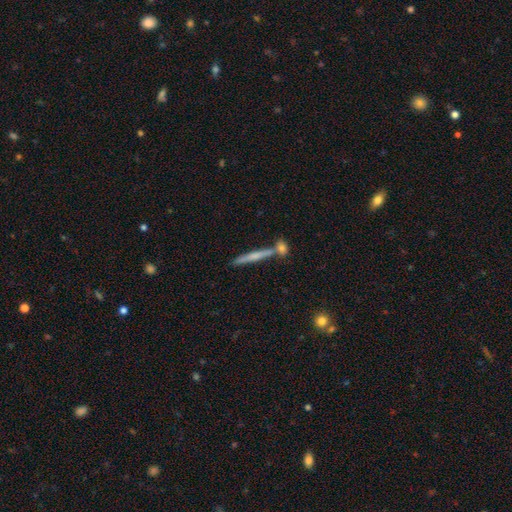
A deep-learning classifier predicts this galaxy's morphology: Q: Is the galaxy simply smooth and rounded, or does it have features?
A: featured or disk — 52%.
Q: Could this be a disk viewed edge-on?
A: yes — 96%.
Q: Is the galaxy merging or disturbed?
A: none — 73%.